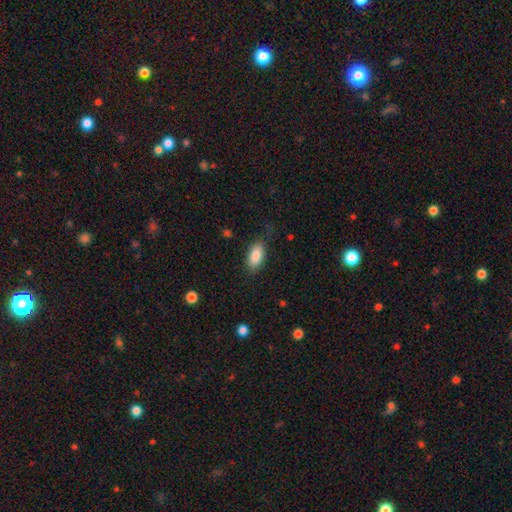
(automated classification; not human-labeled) This appears to be a smooth galaxy with no disk features (85%) that is in between round and cigar-shaped (92%). Merging: none (77%).